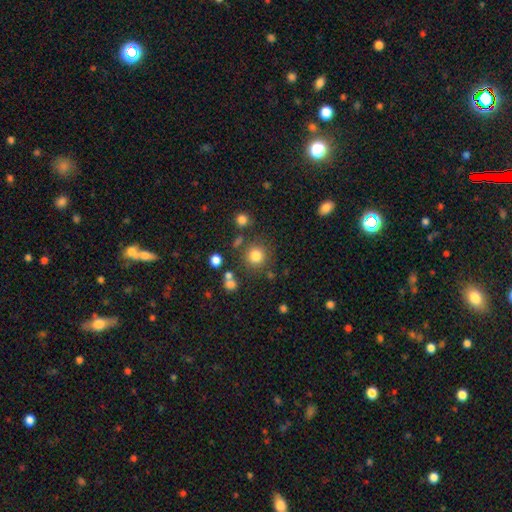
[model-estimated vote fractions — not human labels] A smooth galaxy with no disk features (80%) that is round (92%). Merging: none (81%).